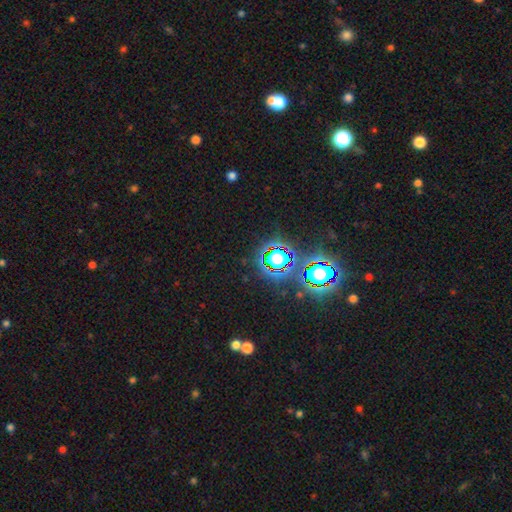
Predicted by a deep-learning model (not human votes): Smooth or featured: star or artifact — 81% (smooth — 11%)